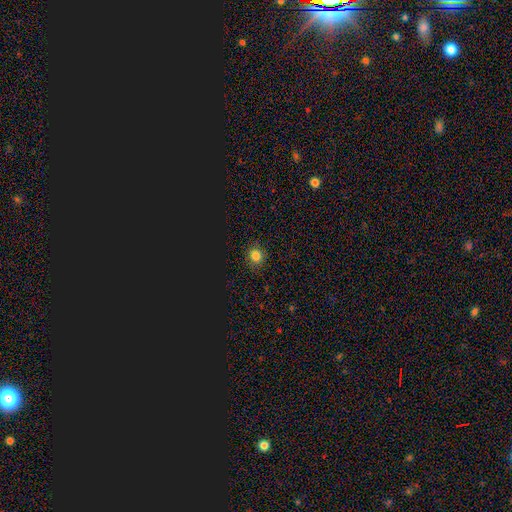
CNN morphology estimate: Q: Smooth or featured?
A: smooth (78%); runner-up: star or artifact (17%)
Q: How rounded?
A: round (79%); runner-up: in between (20%)
Q: Merging?
A: none (87%); runner-up: minor disturbance (9%)